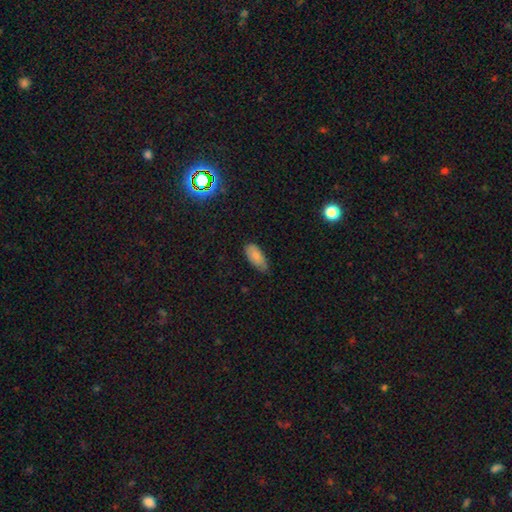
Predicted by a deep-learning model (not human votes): A smooth galaxy with no disk features (80%) that is in between round and cigar-shaped (90%). Merging: none (64%).